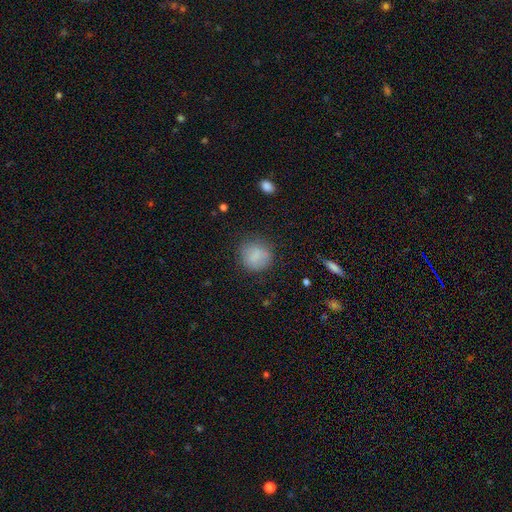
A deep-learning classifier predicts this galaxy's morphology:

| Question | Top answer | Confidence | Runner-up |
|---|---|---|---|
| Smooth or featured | smooth | 81% | featured or disk (11%) |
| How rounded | round | 86% | in between (13%) |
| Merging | none | 76% | minor disturbance (16%) |